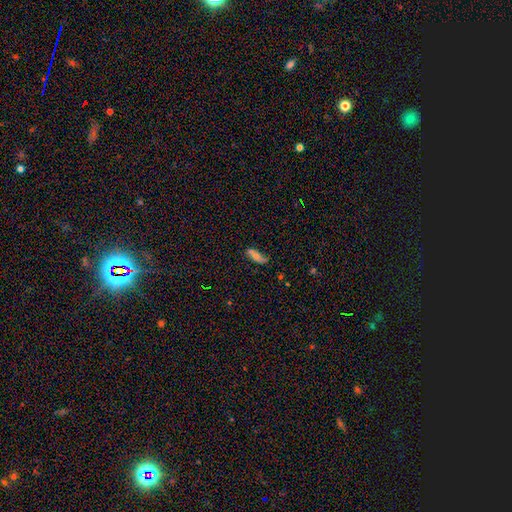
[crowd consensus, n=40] smooth-or-featured: smooth: 45% | featured or disk: 42% | star or artifact: 12%
  how-rounded: in between: 56% | cigar-shaped: 39% | round: 6%
  merging: none: 49% | minor disturbance: 34% | major disturbance: 14% | merger: 3%